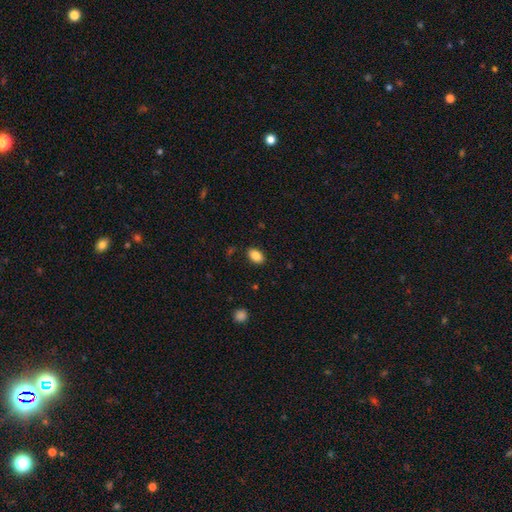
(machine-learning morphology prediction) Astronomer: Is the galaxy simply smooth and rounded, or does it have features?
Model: smooth — 87%.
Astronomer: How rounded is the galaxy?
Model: in between — 89%.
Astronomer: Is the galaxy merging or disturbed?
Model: none — 85%.